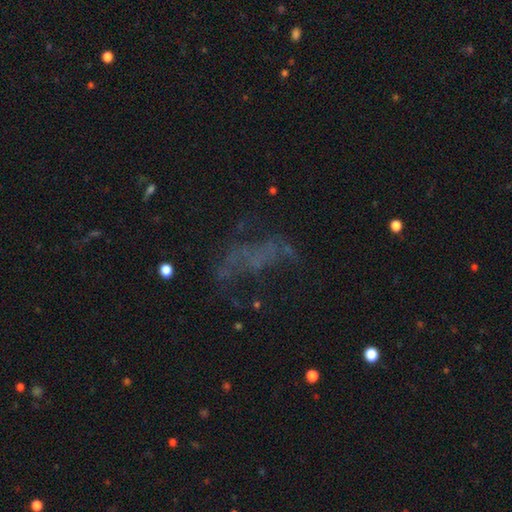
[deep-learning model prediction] Morphology: type=featured or disk (38%, tied with star or artifact); merging=none (41%).